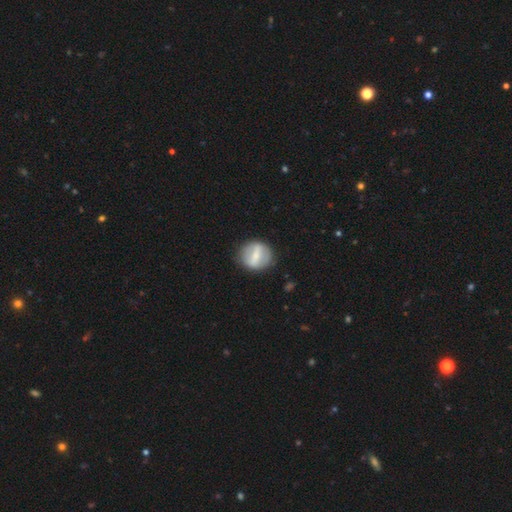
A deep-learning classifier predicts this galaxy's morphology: This appears to be a featured or disk galaxy (53%). Merging: none (83%).